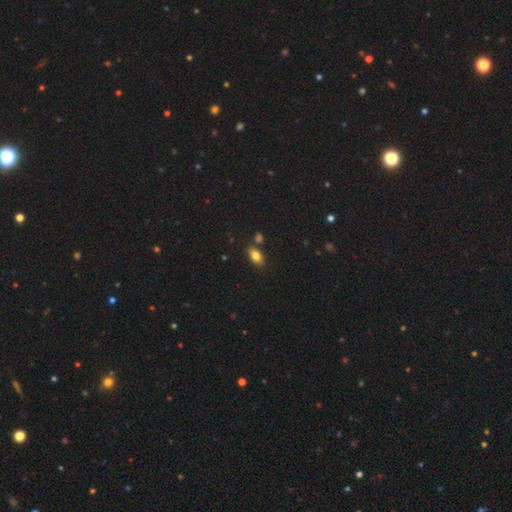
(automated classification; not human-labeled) This is clearly a smooth galaxy (82%). How rounded: clearly in between (90%). Merging: likely none (77%).